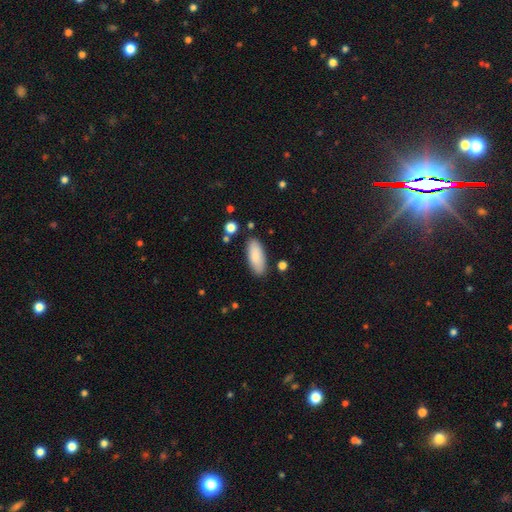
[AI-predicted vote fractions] Morphology: type=smooth (86%); roundness=in between (79%); merging=none (84%).